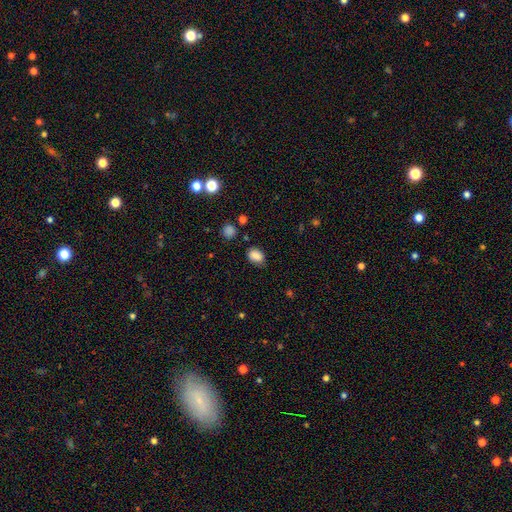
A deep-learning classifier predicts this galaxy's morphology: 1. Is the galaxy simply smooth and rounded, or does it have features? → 86% smooth, 10% star or artifact, 4% featured or disk.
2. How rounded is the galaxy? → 75% in between, 24% round, 1% cigar-shaped.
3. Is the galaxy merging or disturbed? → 76% none, 18% minor disturbance, 4% major disturbance, 2% merger.